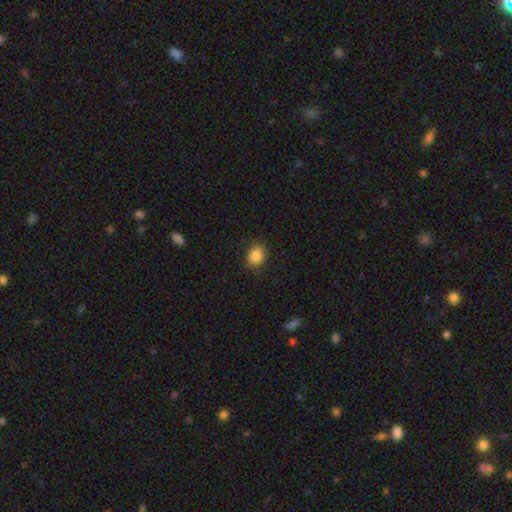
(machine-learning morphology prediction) This is clearly a smooth galaxy (86%). How rounded: possibly round (60%). Merging: clearly none (81%).